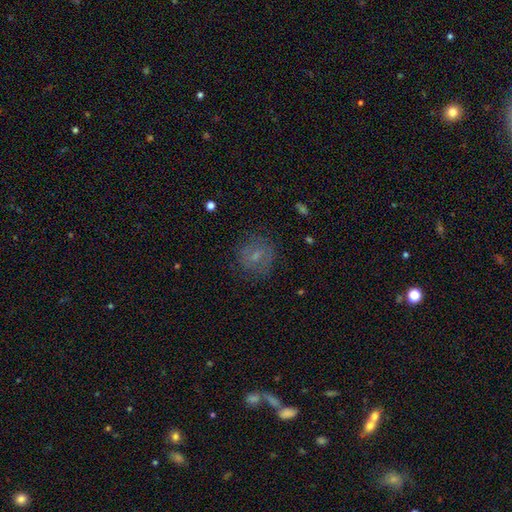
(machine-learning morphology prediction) Smooth or featured?
  - smooth: 54% *
  - featured or disk: 31%
  - star or artifact: 15%
How rounded?
  - round: 80% *
  - in between: 19%
  - cigar-shaped: 1%
Merging?
  - none: 76% *
  - minor disturbance: 15%
  - major disturbance: 8%
  - merger: 1%